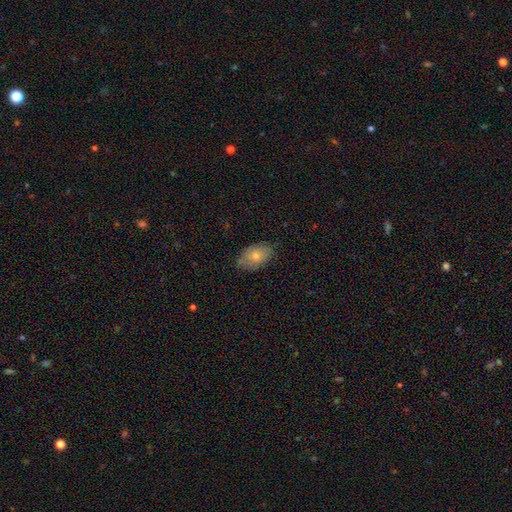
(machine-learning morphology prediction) Overall: smooth (65%). How rounded: in between (90%). Merging: none (80%).